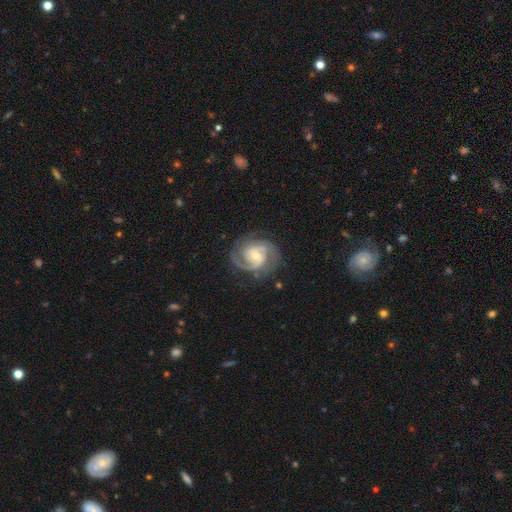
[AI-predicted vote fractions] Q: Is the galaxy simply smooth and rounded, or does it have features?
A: featured or disk — 89%.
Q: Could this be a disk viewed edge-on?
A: no — 98%.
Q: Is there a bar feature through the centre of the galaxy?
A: no — 47%.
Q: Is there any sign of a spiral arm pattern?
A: yes — 98%.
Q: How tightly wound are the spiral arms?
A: tight — 47%.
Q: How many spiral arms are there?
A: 2 — 60%.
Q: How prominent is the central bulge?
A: small — 58%.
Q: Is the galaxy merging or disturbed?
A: none — 76%.